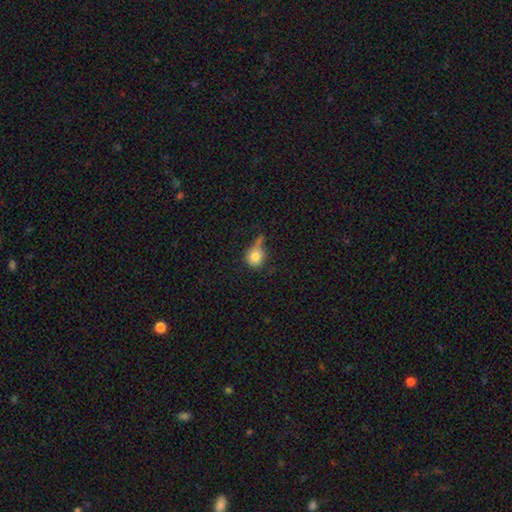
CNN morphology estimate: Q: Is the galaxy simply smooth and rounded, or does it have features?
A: smooth — 78%.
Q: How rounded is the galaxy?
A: round — 77%.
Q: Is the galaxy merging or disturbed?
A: none — 33%.